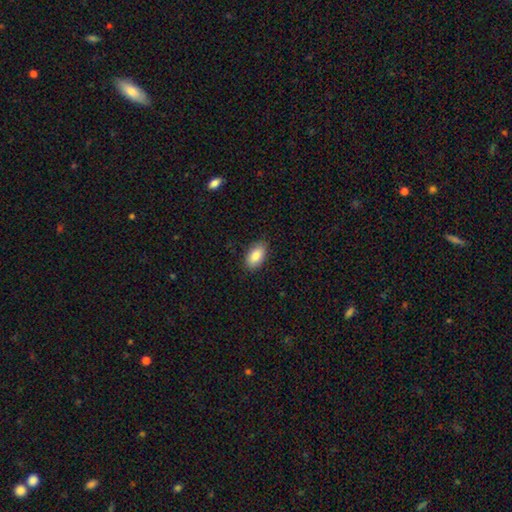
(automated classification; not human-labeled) Q: Smooth or featured?
A: smooth (85%); runner-up: featured or disk (8%)
Q: How rounded?
A: in between (93%); runner-up: round (4%)
Q: Merging?
A: none (87%); runner-up: minor disturbance (10%)